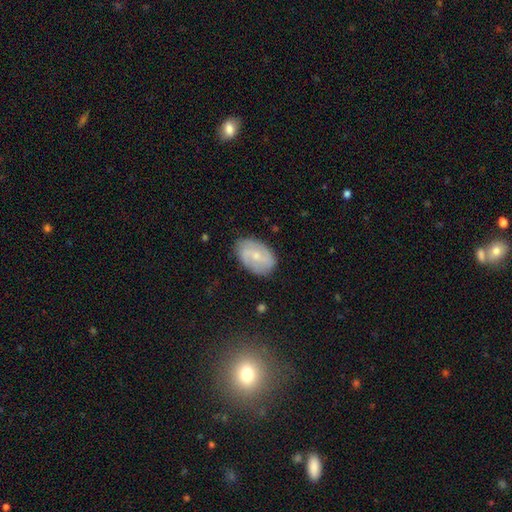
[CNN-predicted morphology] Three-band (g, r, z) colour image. It shows a featured or disk galaxy (62%) with no bar (52%), 2 (57%) medium (42%) spiral arms (86%) and a small central bulge (65%). Merging: none (78%).